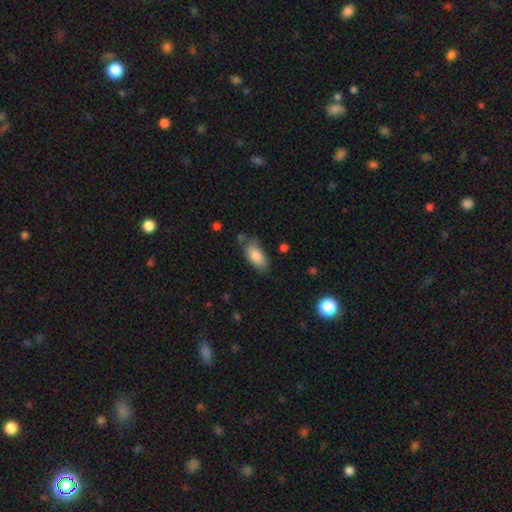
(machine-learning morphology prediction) Smooth or featured?
  - smooth: 85% *
  - featured or disk: 9%
  - star or artifact: 6%
How rounded?
  - in between: 91% *
  - cigar-shaped: 7%
  - round: 3%
Merging?
  - none: 66% *
  - minor disturbance: 24%
  - major disturbance: 6%
  - merger: 4%